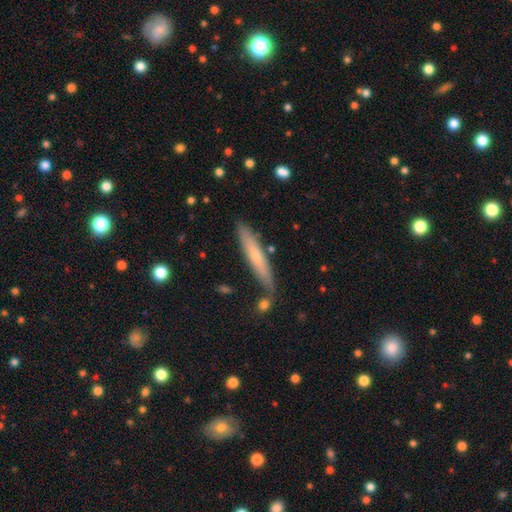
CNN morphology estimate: Smooth or featured? smooth (58%)
How rounded? cigar-shaped (91%)
Merging? none (80%)